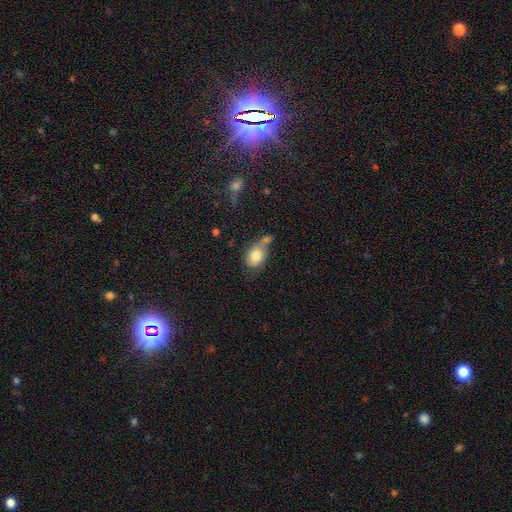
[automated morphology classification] Smooth or featured? Predicted: smooth (p=0.80). How rounded? Predicted: in between (p=0.71). Merging? Predicted: none (p=0.41).